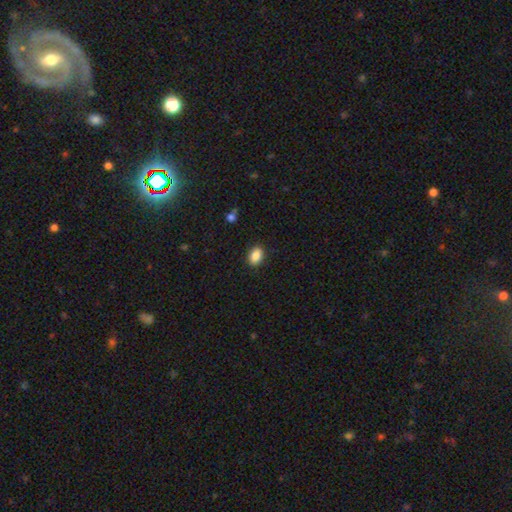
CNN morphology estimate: The model was most divided on "how rounded": in between: 85%, round: 14%, cigar-shaped: 1%. More confident: merging — none (89%); smooth or featured — smooth (88%).